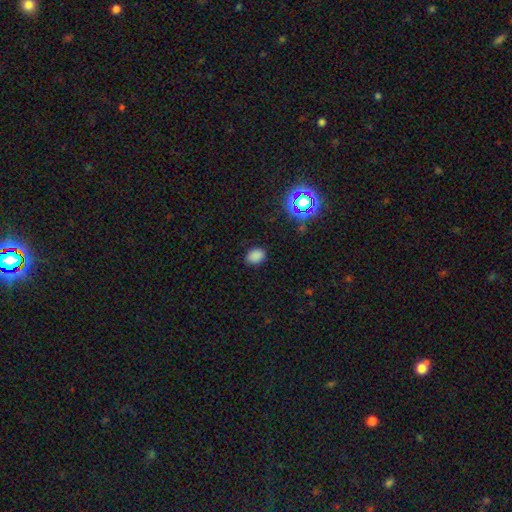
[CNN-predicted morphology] smooth 81%, star or artifact 15%, featured or disk 4%. Down the decision tree: how rounded — in between (66%); merging — none (85%).